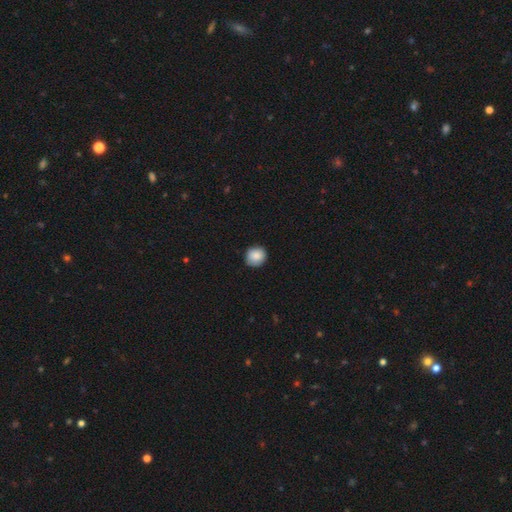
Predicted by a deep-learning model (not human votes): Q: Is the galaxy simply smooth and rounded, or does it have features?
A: smooth — 88%.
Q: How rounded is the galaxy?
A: round — 86%.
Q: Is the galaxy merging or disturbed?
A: none — 86%.